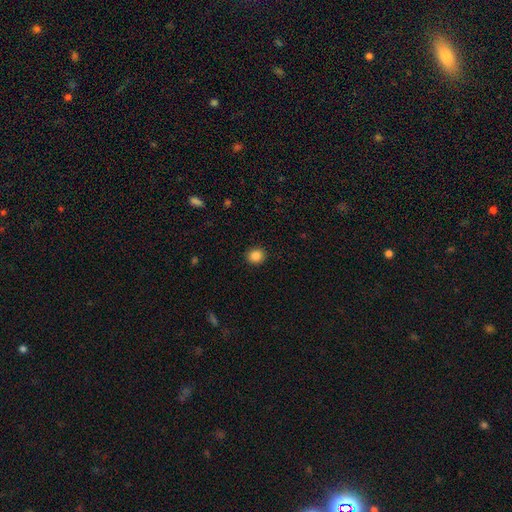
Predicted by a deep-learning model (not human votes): Q: Smooth or featured?
A: smooth (86%); runner-up: star or artifact (10%)
Q: How rounded?
A: round (83%); runner-up: in between (16%)
Q: Merging?
A: none (92%); runner-up: minor disturbance (5%)